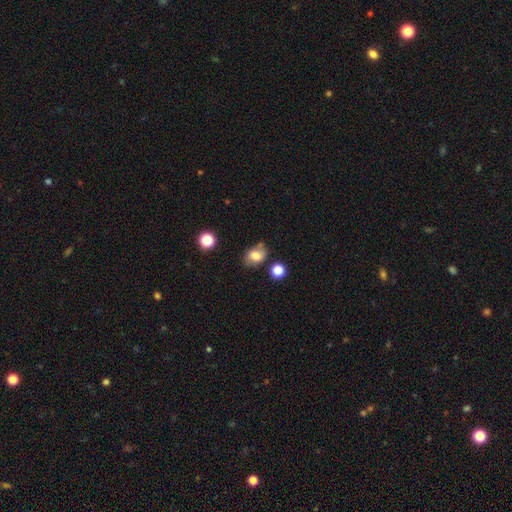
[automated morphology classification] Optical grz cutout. It shows a smooth galaxy with no disk features (77%) that is in between round and cigar-shaped (67%). Merging: none (63%).